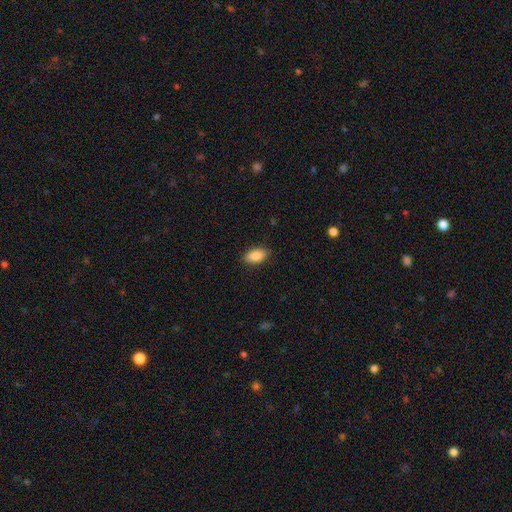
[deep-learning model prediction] This is clearly a smooth galaxy (88%). How rounded: clearly in between (92%). Merging: clearly none (87%).